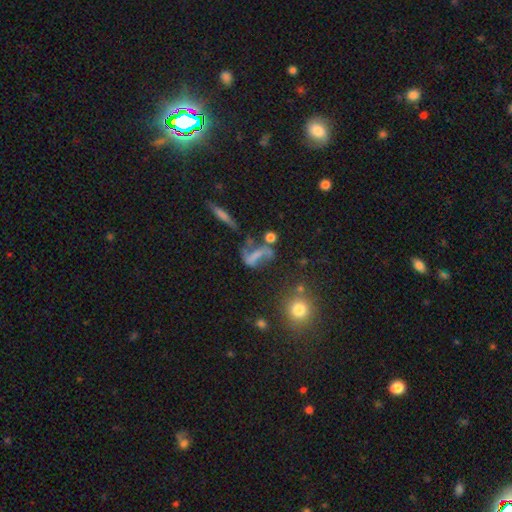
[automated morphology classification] featured or disk 54%, smooth 29%, star or artifact 17%. Down the decision tree: edge-on disk — no (92%); merging — none (32%).